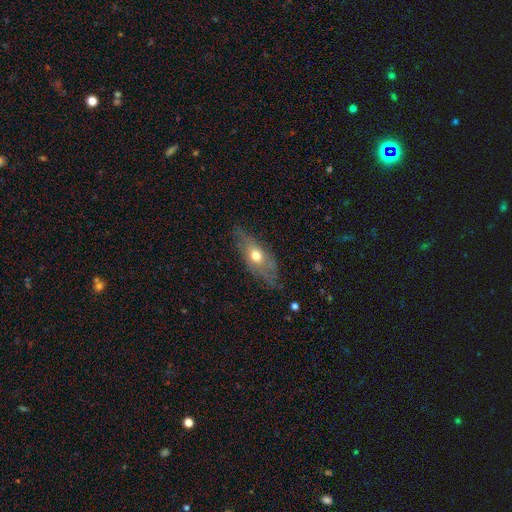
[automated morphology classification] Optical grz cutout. It shows a featured or disk galaxy (51%). Merging: none (66%).